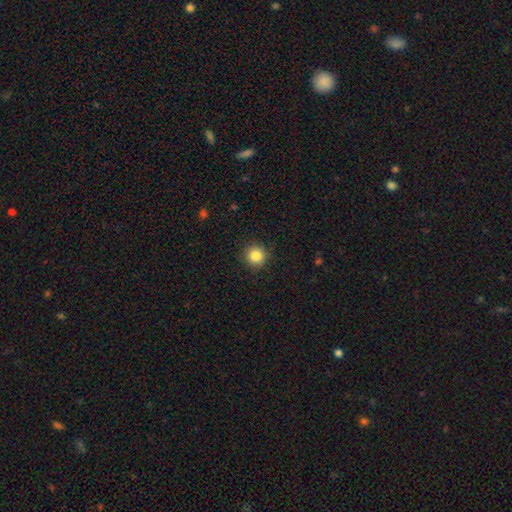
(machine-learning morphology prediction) Smooth or featured: smooth — 85% (star or artifact — 11%)
How rounded: round — 95% (in between — 4%)
Merging: none — 91% (minor disturbance — 6%)